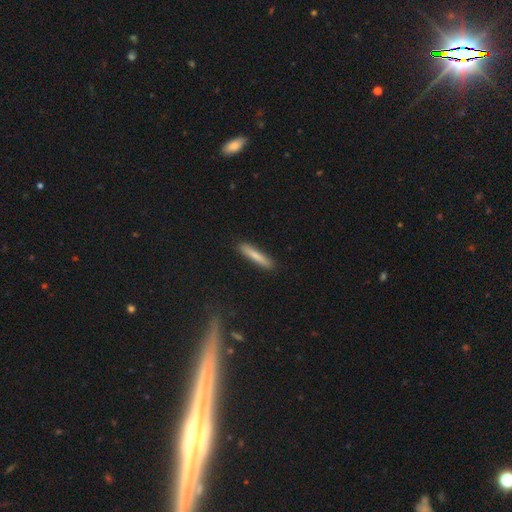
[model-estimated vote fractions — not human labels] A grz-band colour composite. It shows a smooth galaxy with no disk features (75%) that is cigar-shaped (93%). Merging: none (90%).